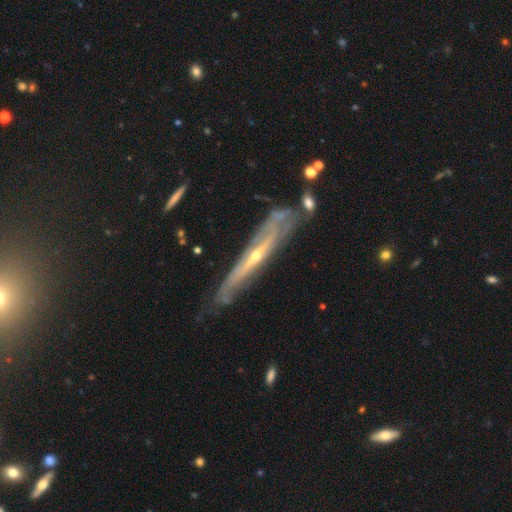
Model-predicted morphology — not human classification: Smooth or featured: featured or disk — 80% (smooth — 12%)
Edge-on disk: yes — 65% (no — 35%)
Edge-on bulge: rounded — 67% (none — 30%)
Merging: none — 68% (minor disturbance — 21%)